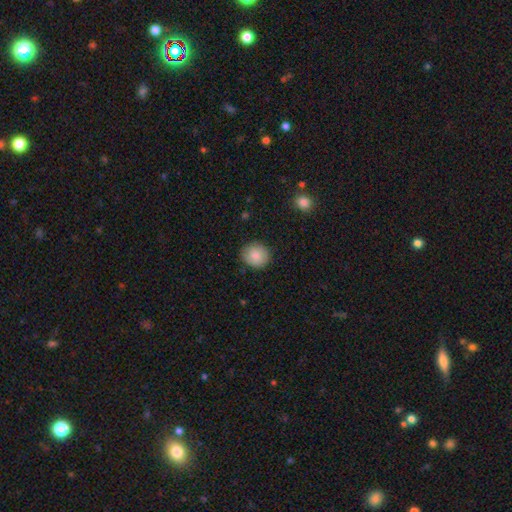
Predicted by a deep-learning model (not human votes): This appears to be a smooth galaxy with no disk features (80%) that is round (85%). Merging: none (86%).